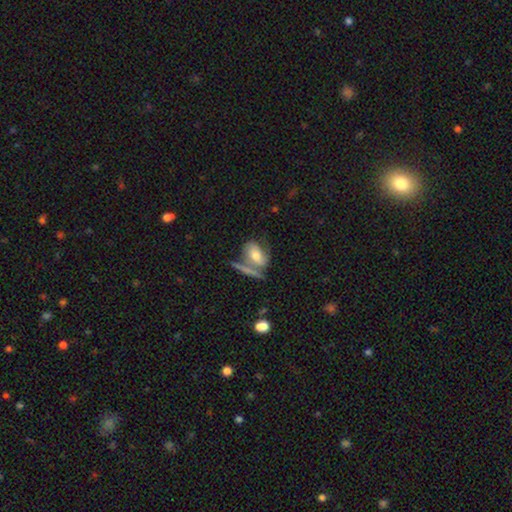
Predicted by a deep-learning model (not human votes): This appears to be a smooth galaxy with no disk features (51%) that is in between round and cigar-shaped (78%). Merging: none (39%).